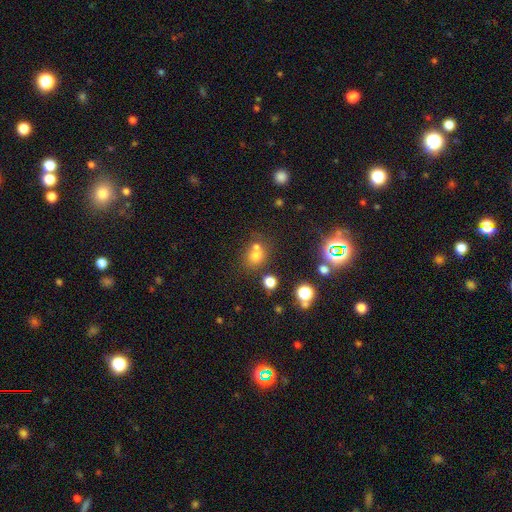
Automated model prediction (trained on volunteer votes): This appears to be a smooth galaxy with no disk features (67%) that is round (72%). Merging: none (48%).